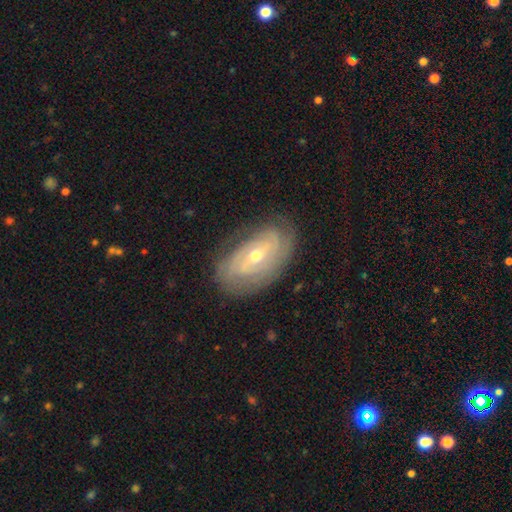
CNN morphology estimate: Smooth or featured? featured or disk (78%)
Edge-on disk? no (93%)
Bar? no (46%)
Spiral arms? yes (87%)
Spiral winding? tight (69%)
Spiral arm count? can't tell (42%)
Bulge size? moderate (52%)
Merging? none (77%)